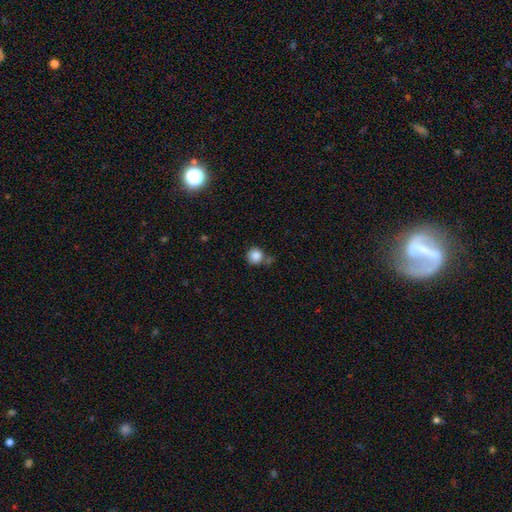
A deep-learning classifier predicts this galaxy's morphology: This appears to be a smooth galaxy with no disk features (86%) that is round (93%). Merging: none (68%).